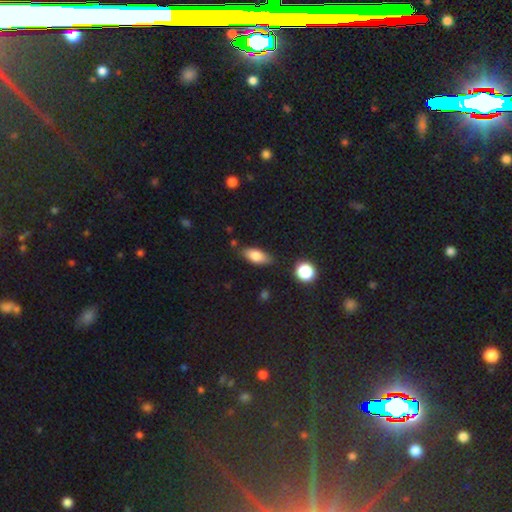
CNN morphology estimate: A smooth galaxy with no disk features (77%) that is in between round and cigar-shaped (81%). Merging: none (77%).